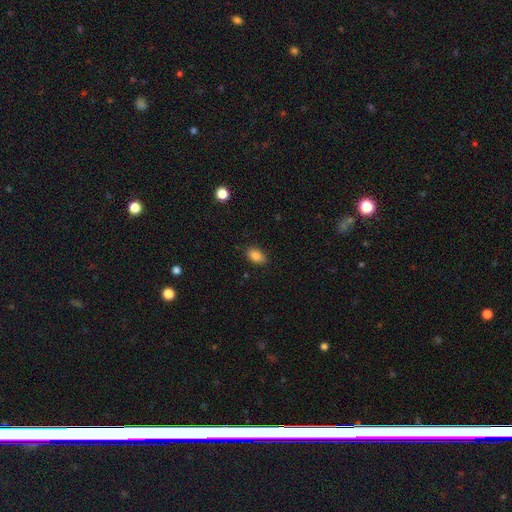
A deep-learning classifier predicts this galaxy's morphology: The model was most divided on "smooth or featured": smooth: 85%, star or artifact: 9%, featured or disk: 6%. More confident: how rounded — in between (89%); merging — none (87%).